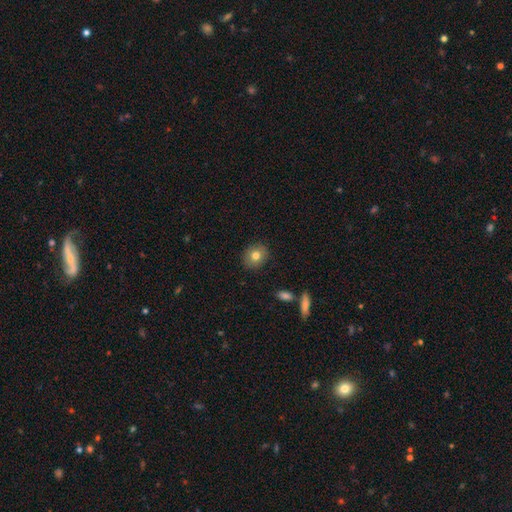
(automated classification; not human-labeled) A smooth galaxy with no disk features (77%) that is round (74%).

Vote fractions:
- Smooth or featured? smooth: 77% / featured or disk: 13% / star or artifact: 10%
- How rounded? round: 74% / in between: 25% / cigar-shaped: 1%
- Merging? none: 89% / minor disturbance: 8% / major disturbance: 2% / merger: 1%